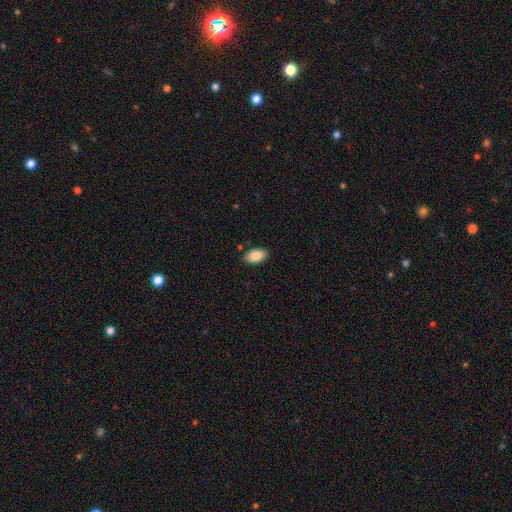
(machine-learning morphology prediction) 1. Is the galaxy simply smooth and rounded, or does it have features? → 88% smooth, 7% star or artifact, 5% featured or disk.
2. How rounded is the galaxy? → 93% in between, 6% round, 1% cigar-shaped.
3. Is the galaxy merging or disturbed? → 87% none, 10% minor disturbance, 2% major disturbance, 1% merger.